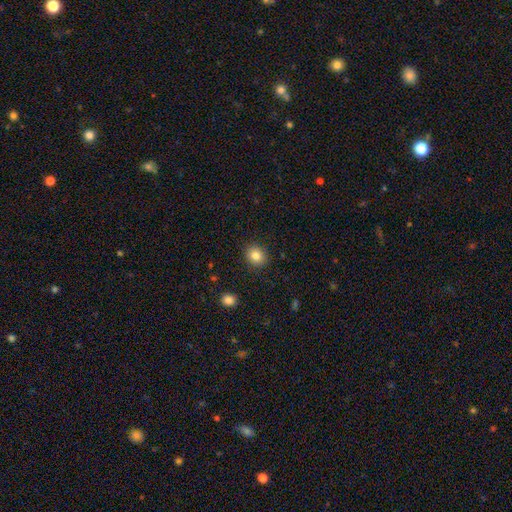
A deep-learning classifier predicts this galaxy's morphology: Smooth or featured?
  - smooth: 83% *
  - star or artifact: 10%
  - featured or disk: 7%
How rounded?
  - round: 77% *
  - in between: 22%
  - cigar-shaped: 1%
Merging?
  - none: 91% *
  - minor disturbance: 6%
  - major disturbance: 2%
  - merger: 1%